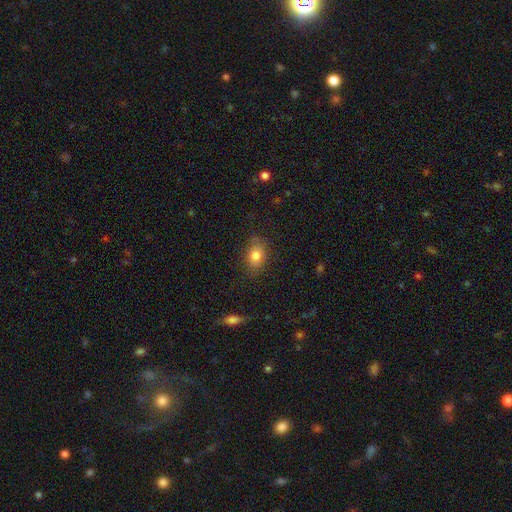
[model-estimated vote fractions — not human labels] Smooth or featured? smooth (81%)
How rounded? in between (74%)
Merging? none (80%)